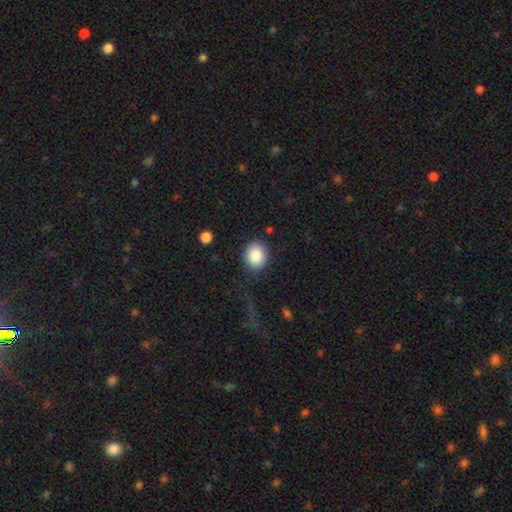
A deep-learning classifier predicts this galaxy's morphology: Smooth or featured? Predicted: smooth (p=0.88). How rounded? Predicted: round (p=0.65). Merging? Predicted: none (p=0.80).